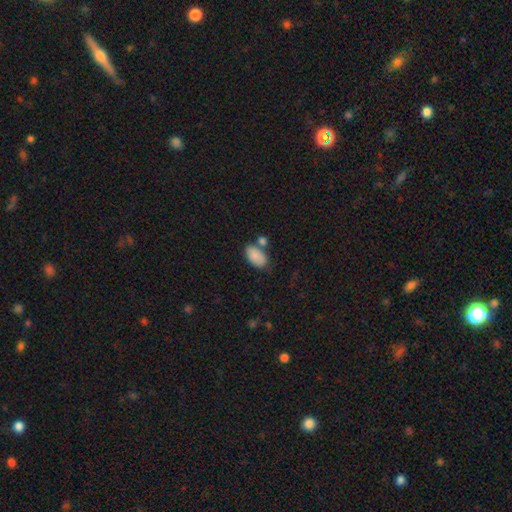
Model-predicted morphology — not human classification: smooth_or_featured: smooth (p=0.87) [alt: star or artifact p=0.07]
how_rounded: in between (p=0.94) [alt: round p=0.05]
merging: none (p=0.57) [alt: merger p=0.23]